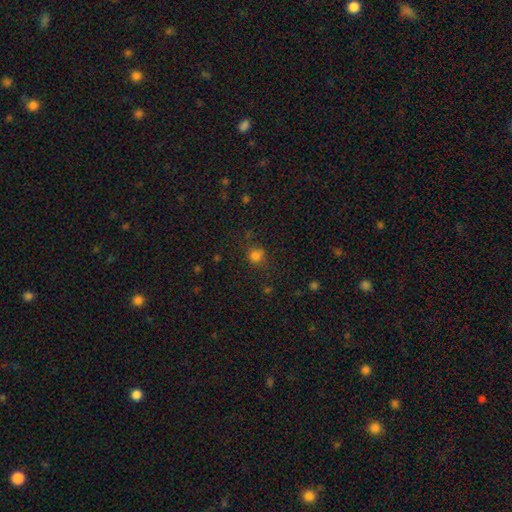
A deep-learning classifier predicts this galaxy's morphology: Smooth or featured: smooth — 79% (star or artifact — 16%)
How rounded: round — 82% (in between — 17%)
Merging: none — 73% (minor disturbance — 17%)